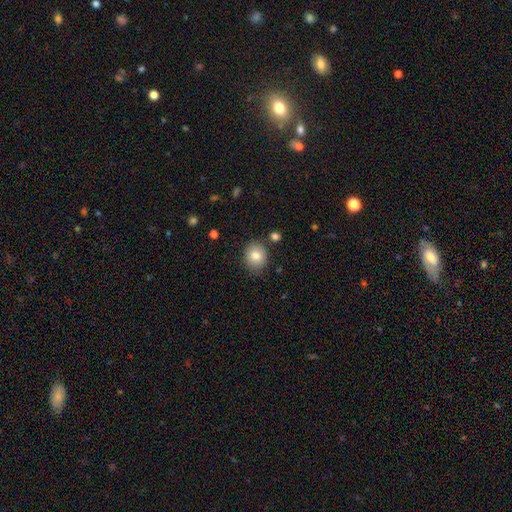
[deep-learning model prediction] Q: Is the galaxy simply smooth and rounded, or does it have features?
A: smooth — 80%.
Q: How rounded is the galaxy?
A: round — 73%.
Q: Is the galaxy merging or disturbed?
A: none — 82%.